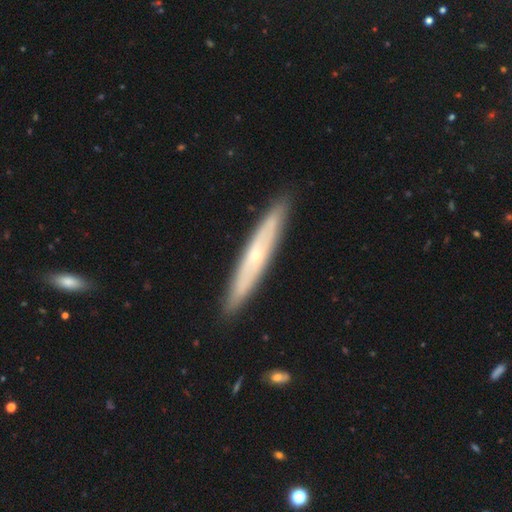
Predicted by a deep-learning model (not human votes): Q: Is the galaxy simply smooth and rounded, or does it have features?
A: featured or disk — 55%.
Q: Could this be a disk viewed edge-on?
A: yes — 84%.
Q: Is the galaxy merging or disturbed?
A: none — 90%.